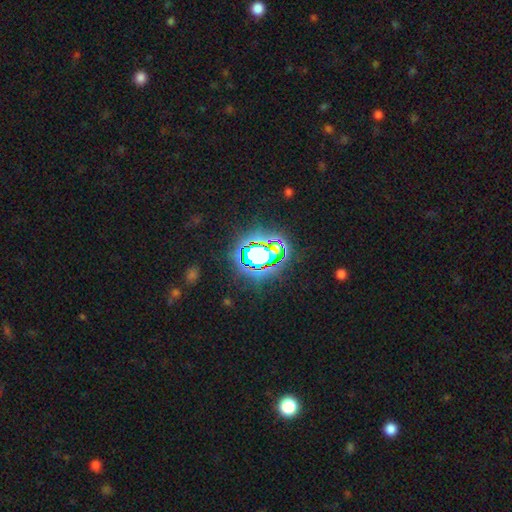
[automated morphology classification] This appears to be a star or artifact, not a galaxy (67%).